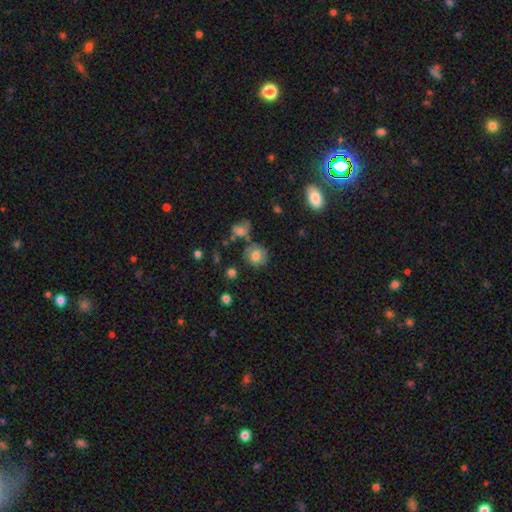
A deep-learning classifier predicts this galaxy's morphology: Smooth or featured: smooth — 76% (featured or disk — 14%)
How rounded: round — 84% (in between — 15%)
Merging: none — 72% (minor disturbance — 15%)